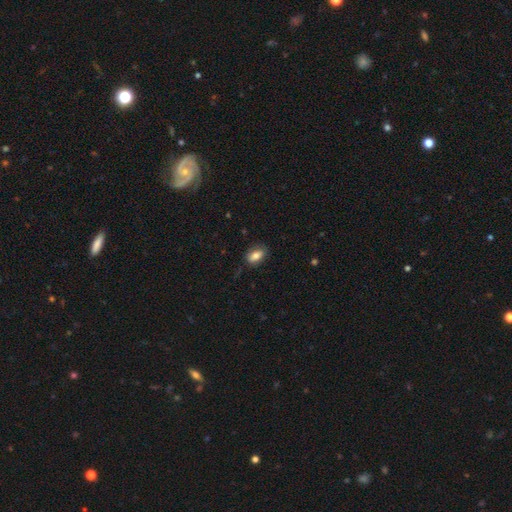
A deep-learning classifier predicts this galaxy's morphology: A smooth galaxy with no disk features (79%) that is in between round and cigar-shaped (88%).

Vote fractions:
- Smooth or featured? smooth: 79% / featured or disk: 13% / star or artifact: 8%
- How rounded? in between: 88% / round: 9% / cigar-shaped: 3%
- Merging? none: 78% / minor disturbance: 17% / major disturbance: 4% / merger: 1%